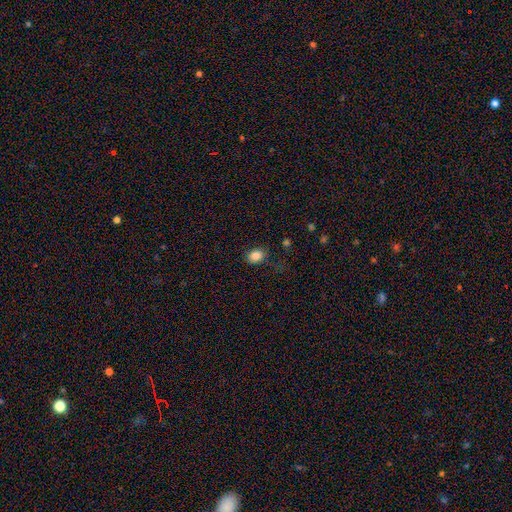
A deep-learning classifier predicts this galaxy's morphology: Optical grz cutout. It shows a smooth galaxy with no disk features (84%) that is in between round and cigar-shaped (59%). Merging: none (75%).